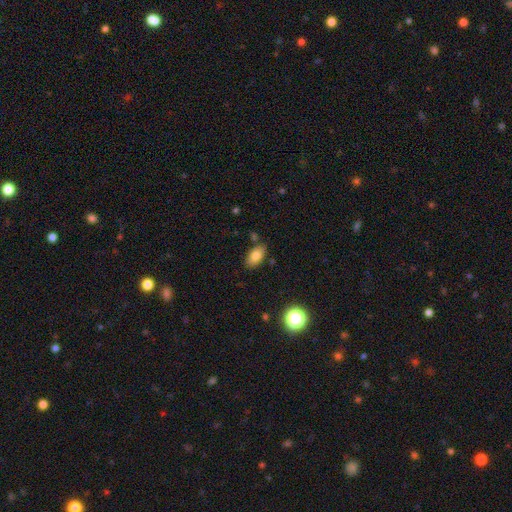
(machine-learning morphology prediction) Smooth or featured? smooth (80%)
How rounded? in between (92%)
Merging? none (81%)